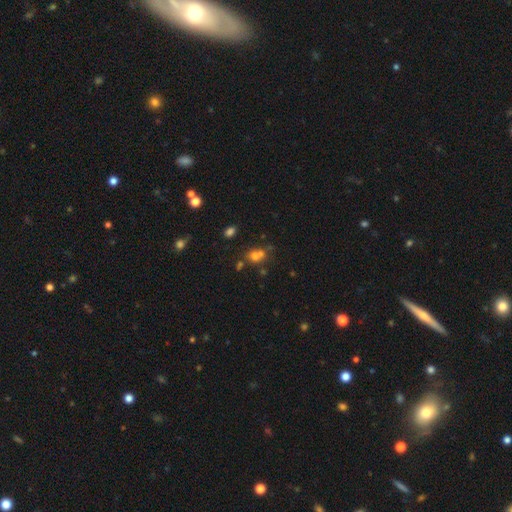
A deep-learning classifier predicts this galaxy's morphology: Smooth or featured? Predicted: smooth (p=0.63). How rounded? Predicted: round (p=0.67). Merging? Predicted: merger (p=0.42, tied with none).